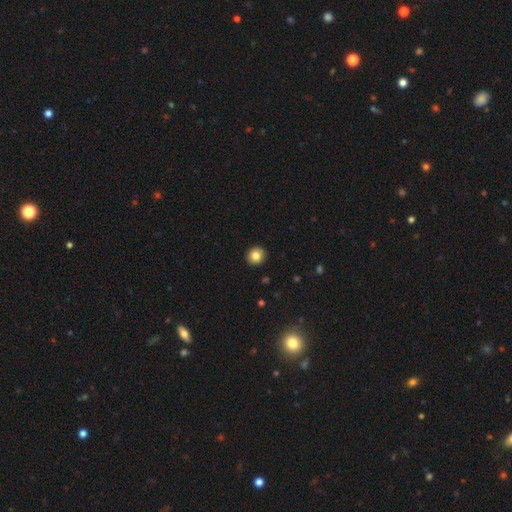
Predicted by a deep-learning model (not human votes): Overall: smooth (83%). How rounded: round (92%). Merging: none (93%).